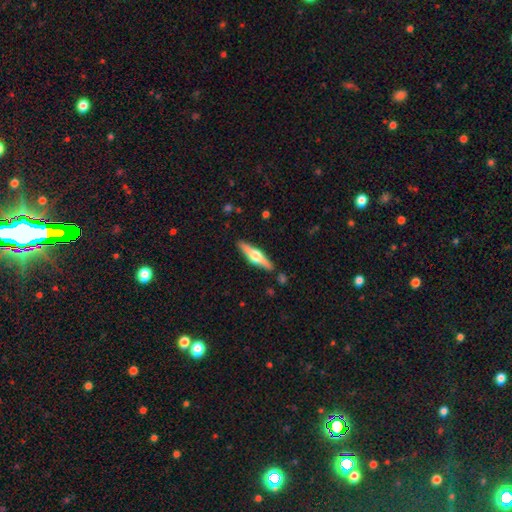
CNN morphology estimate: Overall: featured or disk (68%). Edge-on disk: yes (97%). Edge-on bulge: rounded (95%). Merging: none (89%).